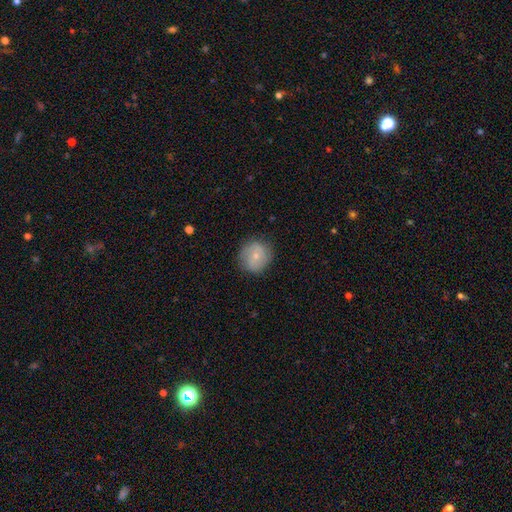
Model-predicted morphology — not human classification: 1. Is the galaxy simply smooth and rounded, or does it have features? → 58% smooth, 34% featured or disk, 8% star or artifact.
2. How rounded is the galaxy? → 88% round, 11% in between, 1% cigar-shaped.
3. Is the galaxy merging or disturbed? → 80% none, 15% minor disturbance, 4% major disturbance, 1% merger.